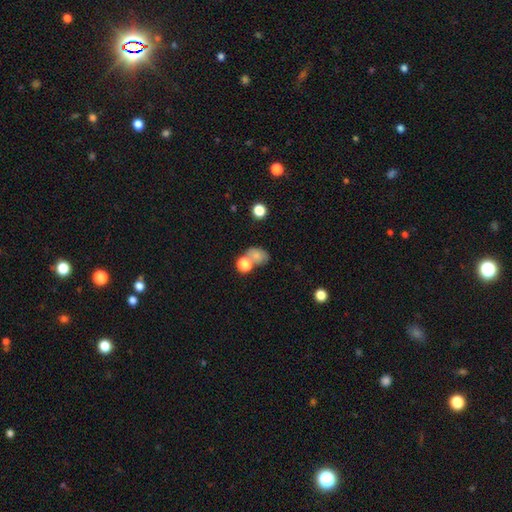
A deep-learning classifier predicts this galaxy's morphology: A smooth galaxy with no disk features (76%) that is in between round and cigar-shaped (61%).

Vote fractions:
- Smooth or featured? smooth: 76% / star or artifact: 13% / featured or disk: 12%
- How rounded? in between: 61% / round: 38% / cigar-shaped: 1%
- Merging? none: 41% / merger: 37% / minor disturbance: 14% / major disturbance: 8%